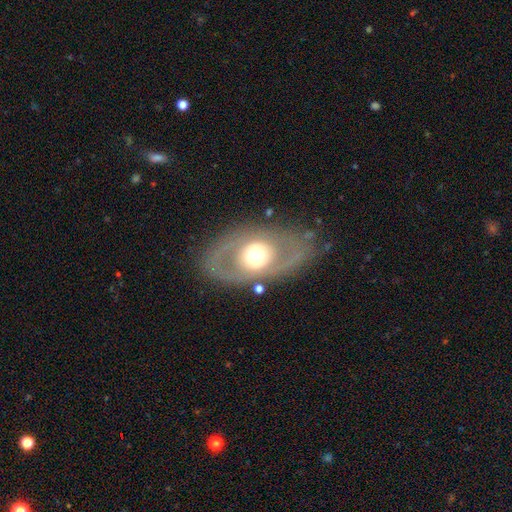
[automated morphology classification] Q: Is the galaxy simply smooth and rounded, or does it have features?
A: featured or disk — 61%.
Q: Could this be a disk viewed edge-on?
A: no — 89%.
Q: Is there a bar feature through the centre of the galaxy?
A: no — 80%.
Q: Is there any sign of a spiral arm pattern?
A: no — 75%.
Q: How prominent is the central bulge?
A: moderate — 48%.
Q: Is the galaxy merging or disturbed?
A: none — 75%.